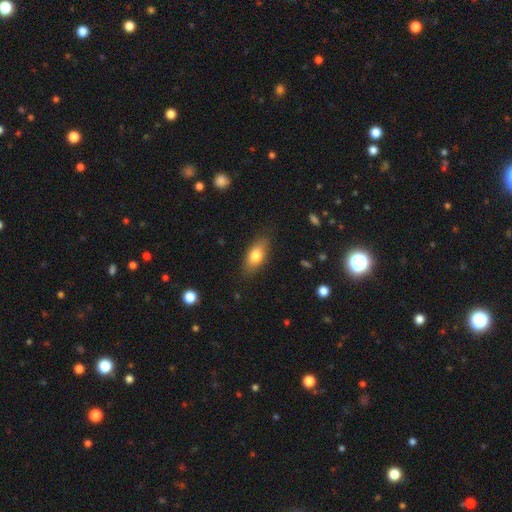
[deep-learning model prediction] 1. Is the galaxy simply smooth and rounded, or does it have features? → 76% smooth, 17% featured or disk, 7% star or artifact.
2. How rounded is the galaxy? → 83% in between, 12% cigar-shaped, 5% round.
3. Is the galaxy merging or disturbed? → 82% none, 14% minor disturbance, 3% major disturbance, 1% merger.